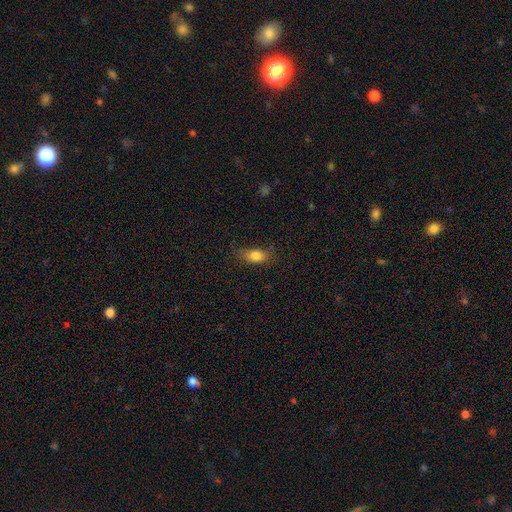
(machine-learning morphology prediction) Smooth or featured?
  - smooth: 81% *
  - featured or disk: 10%
  - star or artifact: 9%
How rounded?
  - in between: 82% *
  - round: 10%
  - cigar-shaped: 8%
Merging?
  - none: 65% *
  - minor disturbance: 25%
  - major disturbance: 8%
  - merger: 2%